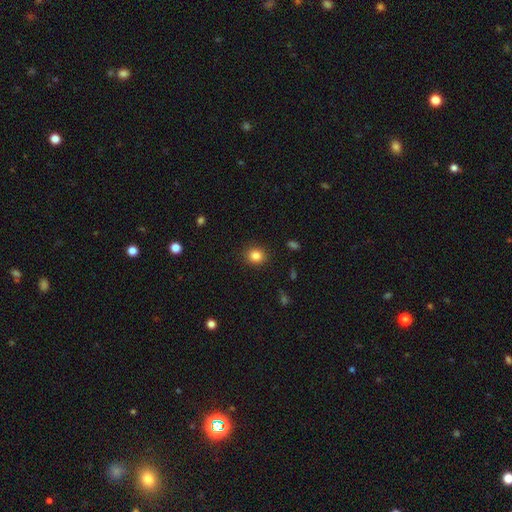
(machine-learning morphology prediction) A smooth galaxy with no disk features (84%) that is round (75%).

Vote fractions:
- Smooth or featured? smooth: 84% / star or artifact: 11% / featured or disk: 5%
- How rounded? round: 75% / in between: 24% / cigar-shaped: 1%
- Merging? none: 89% / minor disturbance: 7% / major disturbance: 3% / merger: 1%